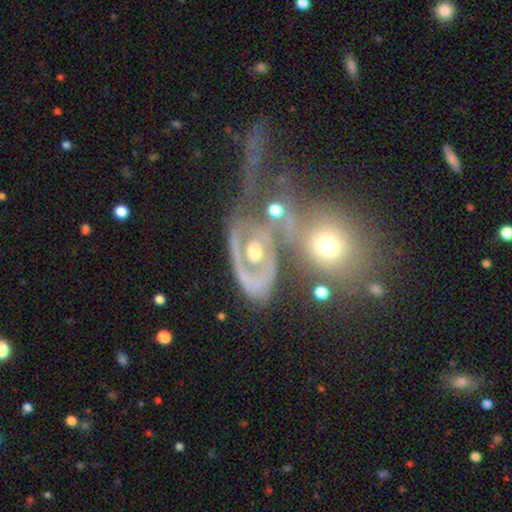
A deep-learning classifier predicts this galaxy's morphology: Smooth or featured: featured or disk — 73% (smooth — 17%)
Edge-on disk: no — 93% (yes — 7%)
Bar: no — 67% (weak — 21%)
Spiral arms: yes — 65% (no — 35%)
Bulge size: moderate — 62% (small — 26%)
Merging: merger — 40% (none — 24%)